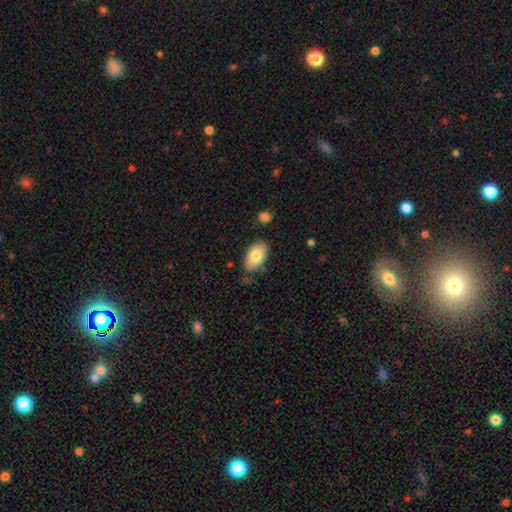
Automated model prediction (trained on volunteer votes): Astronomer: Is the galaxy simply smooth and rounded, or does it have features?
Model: smooth — 80%.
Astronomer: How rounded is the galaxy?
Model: in between — 94%.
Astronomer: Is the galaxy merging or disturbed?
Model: none — 78%.